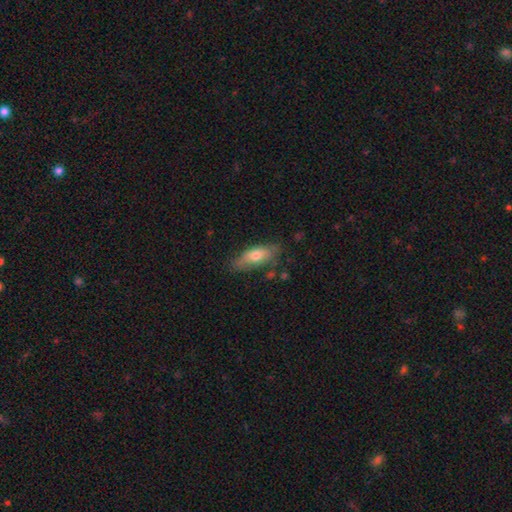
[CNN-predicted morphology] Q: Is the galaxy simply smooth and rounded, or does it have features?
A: smooth — 67%.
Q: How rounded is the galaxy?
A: in between — 70%.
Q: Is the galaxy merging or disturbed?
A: none — 70%.